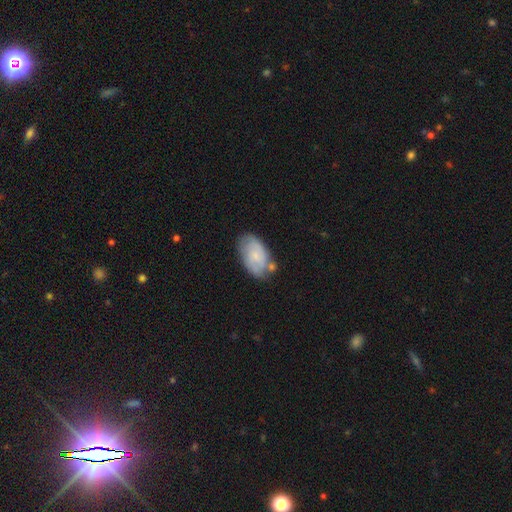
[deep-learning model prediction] A smooth galaxy with no disk features (55%) that is in between round and cigar-shaped (93%).

Vote fractions:
- Smooth or featured? smooth: 55% / featured or disk: 38% / star or artifact: 7%
- How rounded? in between: 93% / round: 5% / cigar-shaped: 2%
- Merging? none: 57% / minor disturbance: 26% / merger: 10% / major disturbance: 7%